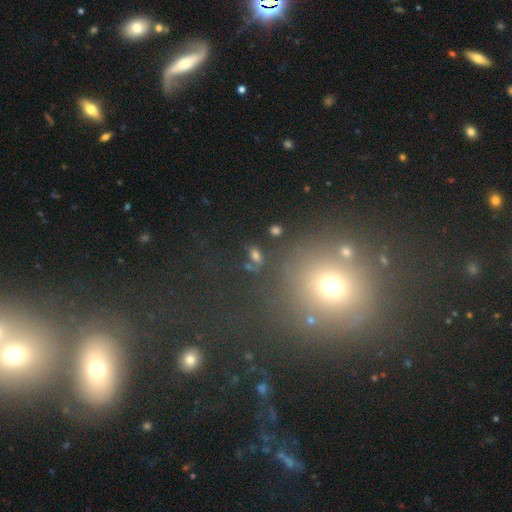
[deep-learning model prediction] Q: Smooth or featured?
A: smooth (60%); runner-up: star or artifact (28%)
Q: How rounded?
A: in between (70%); runner-up: round (24%)
Q: Merging?
A: none (73%); runner-up: minor disturbance (12%)